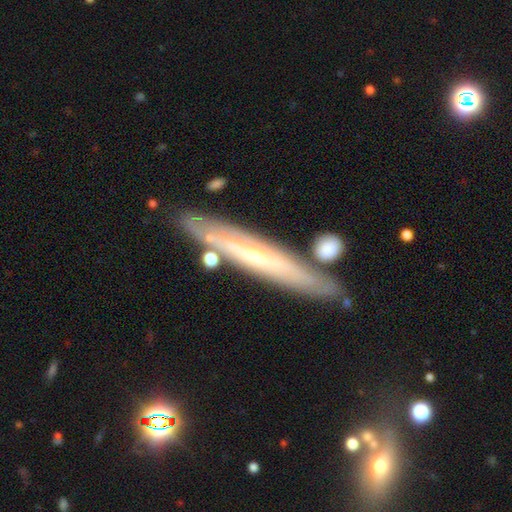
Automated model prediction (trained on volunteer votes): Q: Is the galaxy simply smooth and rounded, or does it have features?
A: featured or disk — 68%.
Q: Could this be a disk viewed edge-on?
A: yes — 76%.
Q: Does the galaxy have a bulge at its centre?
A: none — 53%.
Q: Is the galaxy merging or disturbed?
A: none — 80%.